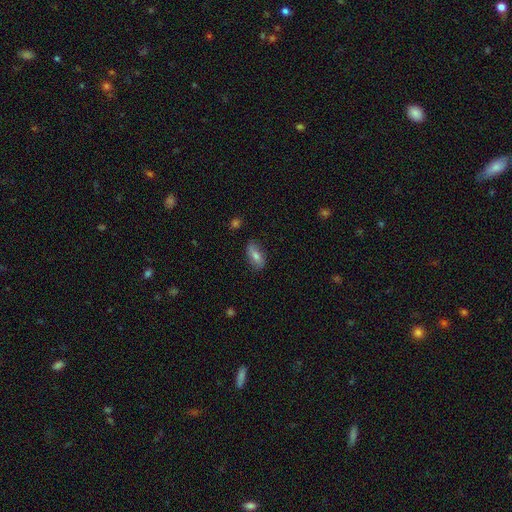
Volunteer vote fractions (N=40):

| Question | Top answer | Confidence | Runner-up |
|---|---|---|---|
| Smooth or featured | smooth | 55% | featured or disk (35%) |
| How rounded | in between | 64% | cigar-shaped (32%) |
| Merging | none | 89% | minor disturbance (8%) |